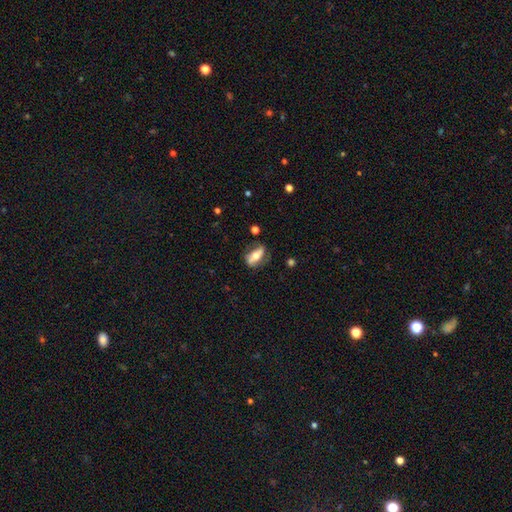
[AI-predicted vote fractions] Smooth or featured? featured or disk (50%)
Edge-on disk? no (66%)
Merging? none (63%)